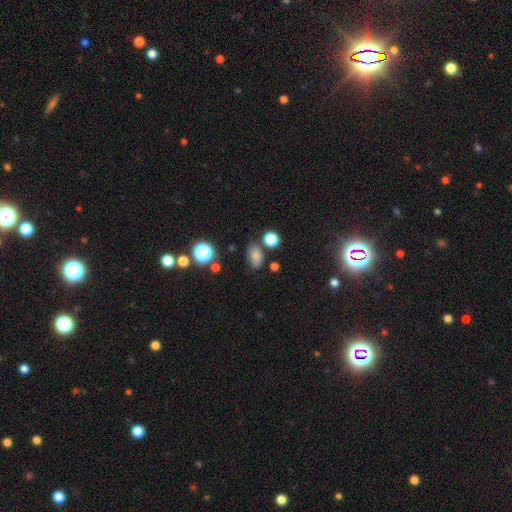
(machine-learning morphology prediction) smooth 78%, star or artifact 15%, featured or disk 7%. Down the decision tree: how rounded — in between (84%); merging — none (74%).